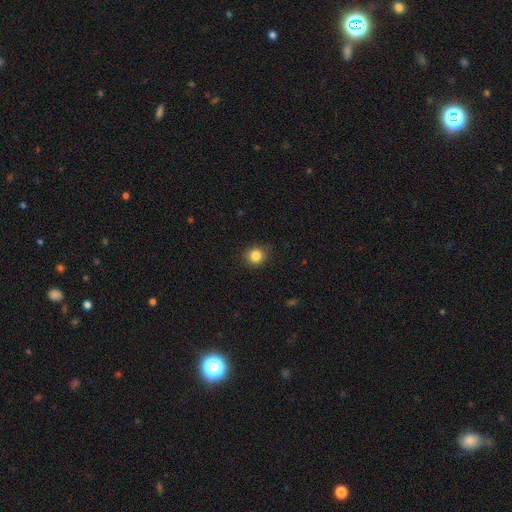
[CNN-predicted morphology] smooth-or-featured: smooth: 84% | star or artifact: 11% | featured or disk: 5%
  how-rounded: round: 85% | in between: 14% | cigar-shaped: 1%
  merging: none: 86% | minor disturbance: 10% | major disturbance: 2% | merger: 1%